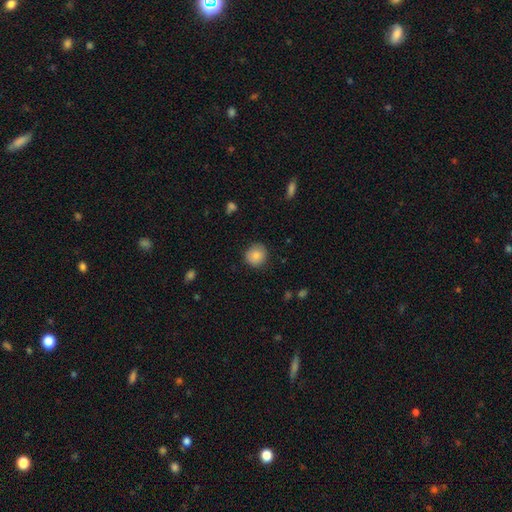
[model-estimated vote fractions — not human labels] smooth 85%, star or artifact 8%, featured or disk 7%. Down the decision tree: how rounded — round (89%); merging — none (85%).